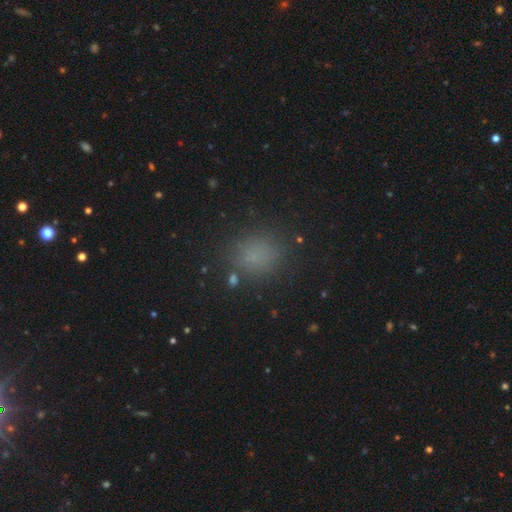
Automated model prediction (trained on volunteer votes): Q: Smooth or featured?
A: smooth (76%); runner-up: star or artifact (18%)
Q: How rounded?
A: round (62%); runner-up: in between (36%)
Q: Merging?
A: none (85%); runner-up: minor disturbance (9%)